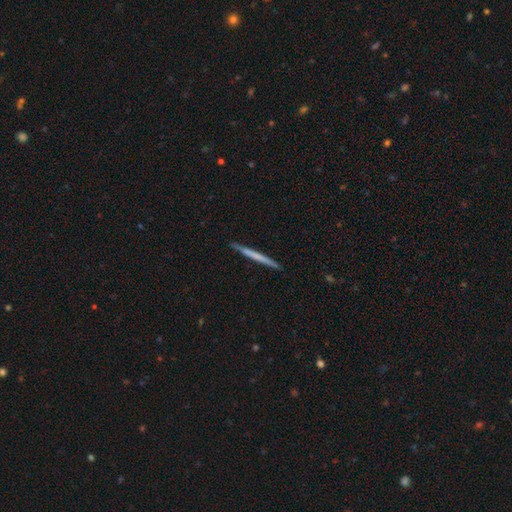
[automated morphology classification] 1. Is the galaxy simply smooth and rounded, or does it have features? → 52% smooth, 43% featured or disk, 5% star or artifact.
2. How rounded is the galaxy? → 97% cigar-shaped, 1% in between, 1% round.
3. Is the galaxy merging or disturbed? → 91% none, 6% minor disturbance, 1% major disturbance, 1% merger.